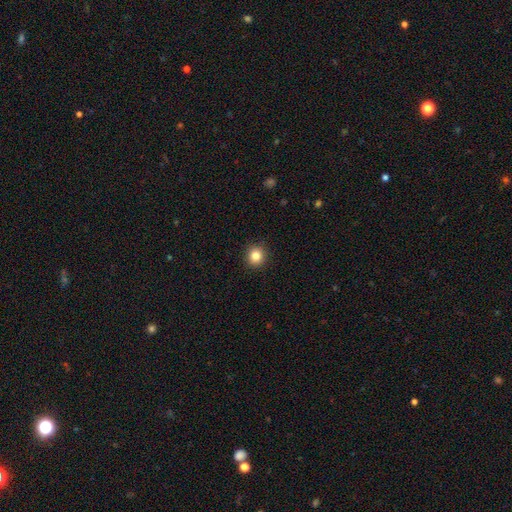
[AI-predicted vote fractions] A smooth galaxy with no disk features (83%) that is round (91%). Merging: none (92%).